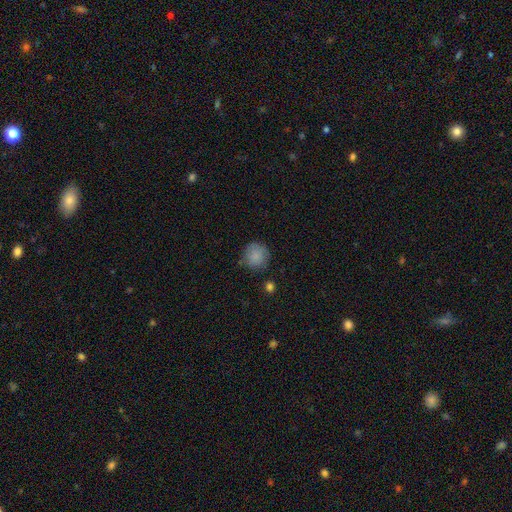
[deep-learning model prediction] Smooth or featured: smooth — 85% (star or artifact — 8%)
How rounded: round — 90% (in between — 9%)
Merging: none — 76% (minor disturbance — 17%)